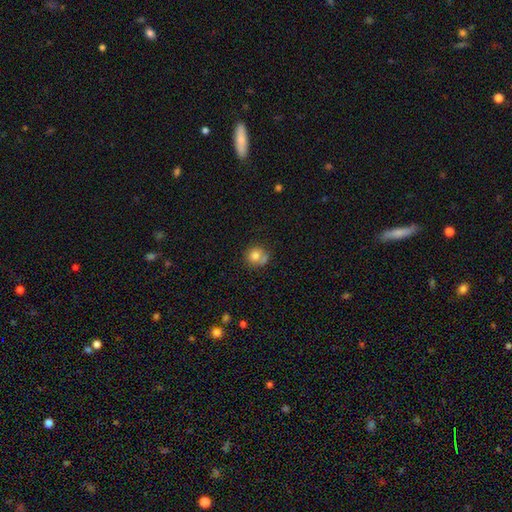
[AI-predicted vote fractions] Overall: smooth (78%). How rounded: round (83%). Merging: none (52%; merger 23%).